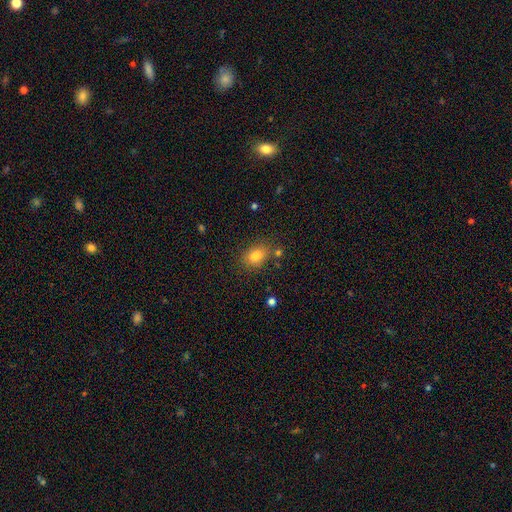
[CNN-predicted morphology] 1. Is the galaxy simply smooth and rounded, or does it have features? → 80% smooth, 11% star or artifact, 9% featured or disk.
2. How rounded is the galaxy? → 72% in between, 26% round, 2% cigar-shaped.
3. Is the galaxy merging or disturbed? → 76% none, 14% minor disturbance, 7% merger, 4% major disturbance.